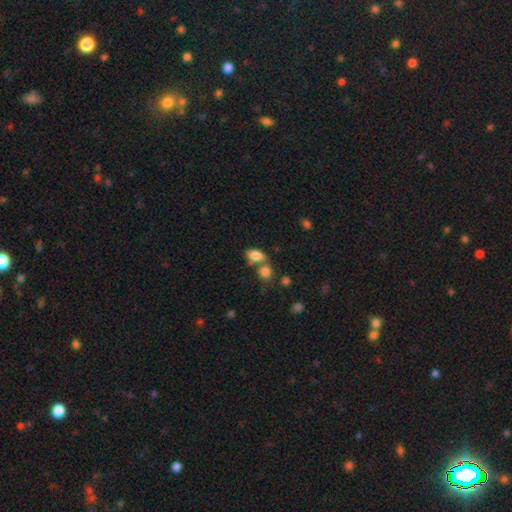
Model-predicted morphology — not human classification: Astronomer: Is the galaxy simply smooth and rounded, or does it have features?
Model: smooth — 82%.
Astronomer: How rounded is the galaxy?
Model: in between — 82%.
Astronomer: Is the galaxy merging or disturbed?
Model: none — 46% (runner-up: merger, 35%).